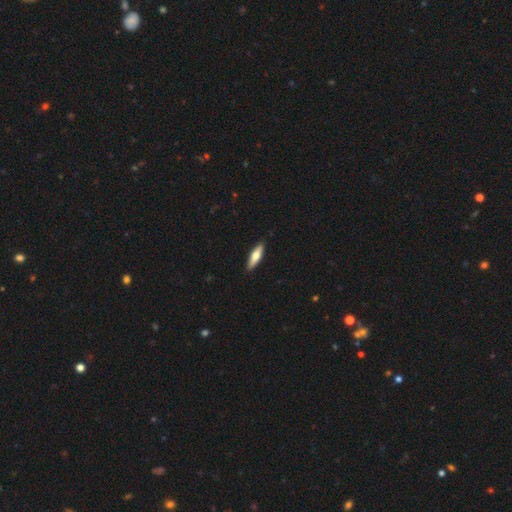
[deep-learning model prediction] A smooth galaxy with no disk features (60%) that is cigar-shaped (64%).

Vote fractions:
- Smooth or featured? smooth: 60% / featured or disk: 35% / star or artifact: 5%
- How rounded? cigar-shaped: 64% / in between: 34% / round: 2%
- Merging? none: 90% / minor disturbance: 7% / major disturbance: 1% / merger: 1%